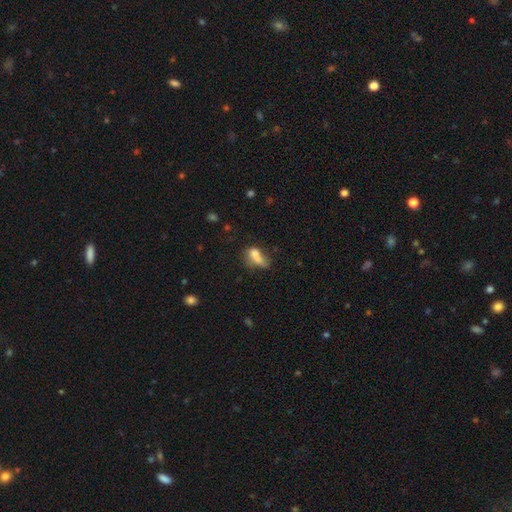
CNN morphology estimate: Smooth or featured: smooth — 67% (featured or disk — 21%)
How rounded: in between — 72% (round — 16%)
Merging: merger — 34% (none — 24%)